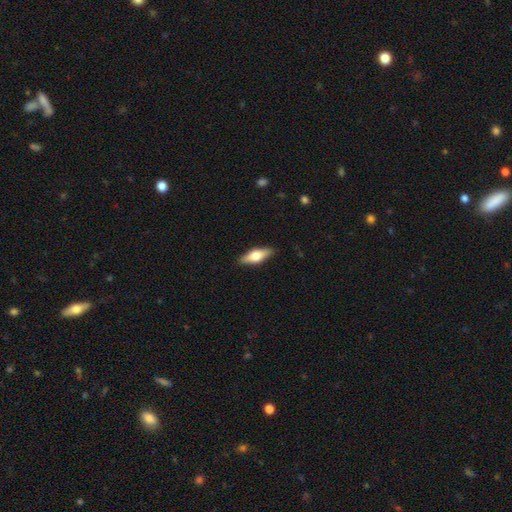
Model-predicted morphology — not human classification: This appears to be a smooth galaxy with no disk features (49%). Merging: none (88%).